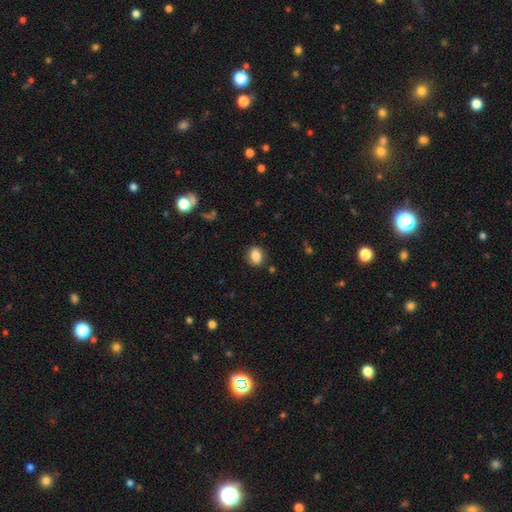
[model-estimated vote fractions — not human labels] smooth_or_featured: smooth (p=0.83) [alt: star or artifact p=0.09]
how_rounded: in between (p=0.50) [alt: round p=0.49]
merging: none (p=0.85) [alt: minor disturbance p=0.11]